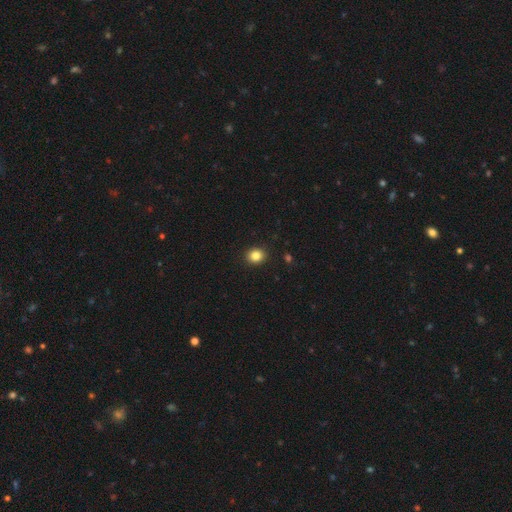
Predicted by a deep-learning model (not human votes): Smooth or featured? Predicted: smooth (p=0.84). How rounded? Predicted: round (p=0.72). Merging? Predicted: none (p=0.91).